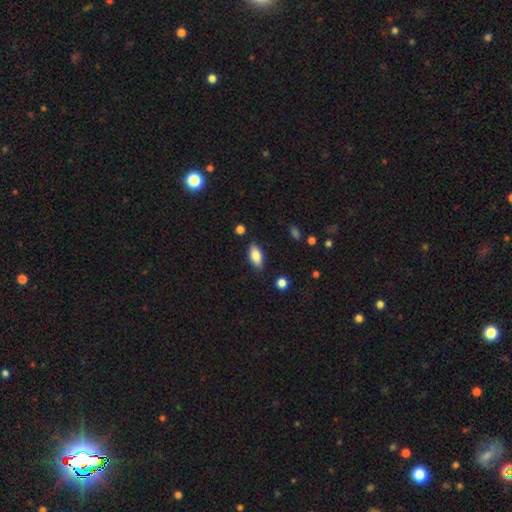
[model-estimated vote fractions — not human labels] This appears to be a smooth galaxy with no disk features (81%) that is in between round and cigar-shaped (87%). Merging: none (83%).